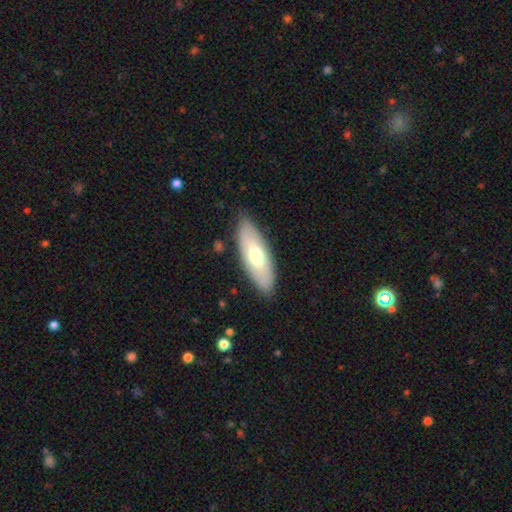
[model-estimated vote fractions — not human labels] The model was most divided on "smooth or featured": smooth: 56%, featured or disk: 38%, star or artifact: 5%. More confident: merging — none (84%); how rounded — in between (73%).